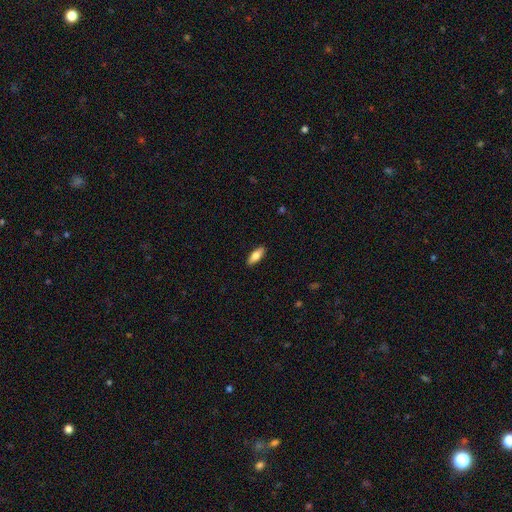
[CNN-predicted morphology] Smooth or featured? Predicted: smooth (p=0.77). How rounded? Predicted: in between (p=0.73). Merging? Predicted: none (p=0.89).